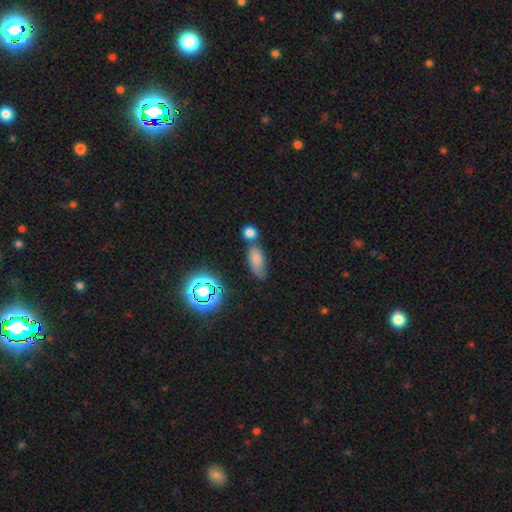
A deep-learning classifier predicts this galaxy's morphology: This appears to be a smooth galaxy with no disk features (55%) that is in between round and cigar-shaped (67%). Merging: none (68%).